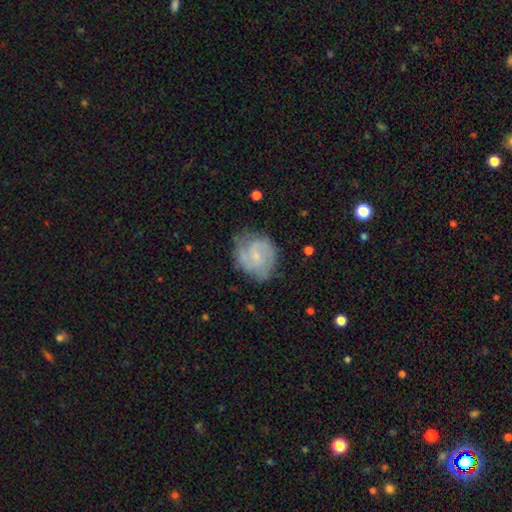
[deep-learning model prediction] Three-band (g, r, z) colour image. It shows a featured or disk galaxy (71%) with no bar (50%), 2 (69%) medium (49%) spiral arms (91%) and a small central bulge (72%). Merging: none (67%).